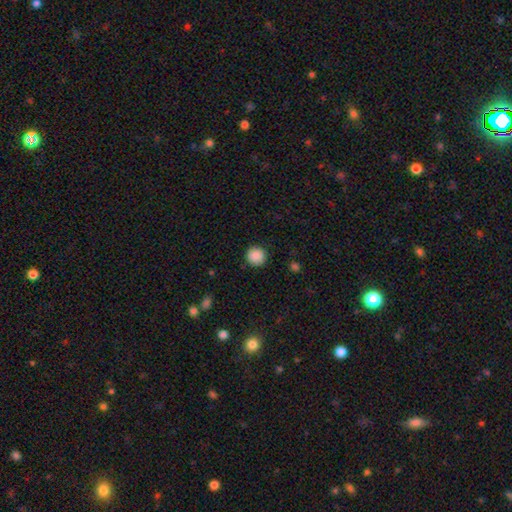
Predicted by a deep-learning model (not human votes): Smooth or featured? Predicted: smooth (p=0.89). How rounded? Predicted: round (p=0.93). Merging? Predicted: none (p=0.91).